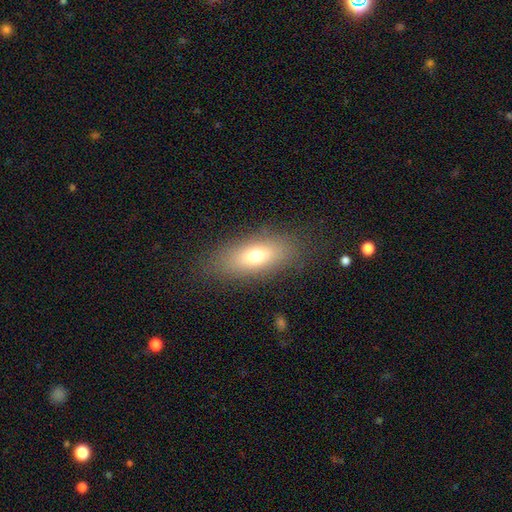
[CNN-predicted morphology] Smooth or featured? Predicted: smooth (p=0.69). How rounded? Predicted: in between (p=0.74). Merging? Predicted: none (p=0.83).